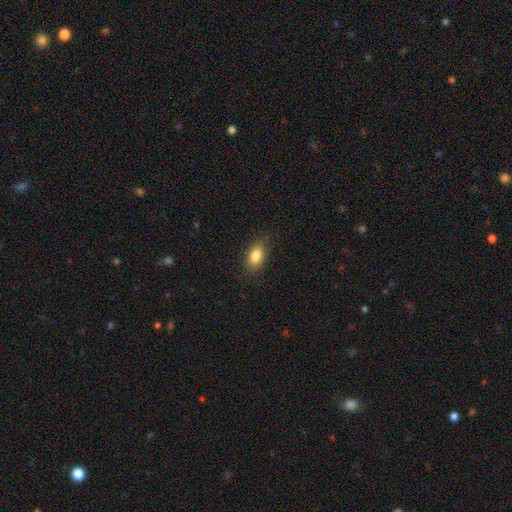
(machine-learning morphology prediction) A smooth galaxy with no disk features (85%) that is in between round and cigar-shaped (88%).

Vote fractions:
- Smooth or featured? smooth: 85% / star or artifact: 8% / featured or disk: 7%
- How rounded? in between: 88% / round: 9% / cigar-shaped: 3%
- Merging? none: 84% / minor disturbance: 12% / major disturbance: 3% / merger: 1%